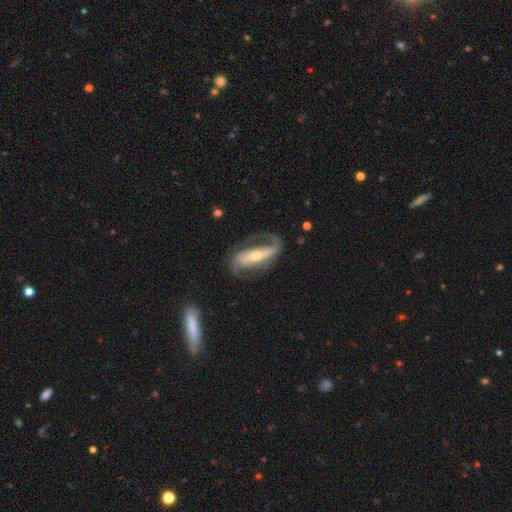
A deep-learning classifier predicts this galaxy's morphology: Smooth or featured? Predicted: featured or disk (p=0.84). Edge-on disk? Predicted: no (p=0.89). Bar? Predicted: strong (p=0.58). Spiral arms? Predicted: yes (p=0.93). Spiral winding? Predicted: medium (p=0.43). Spiral arm count? Predicted: 2 (p=0.78). Bulge size? Predicted: moderate (p=0.47). Merging? Predicted: none (p=0.63).